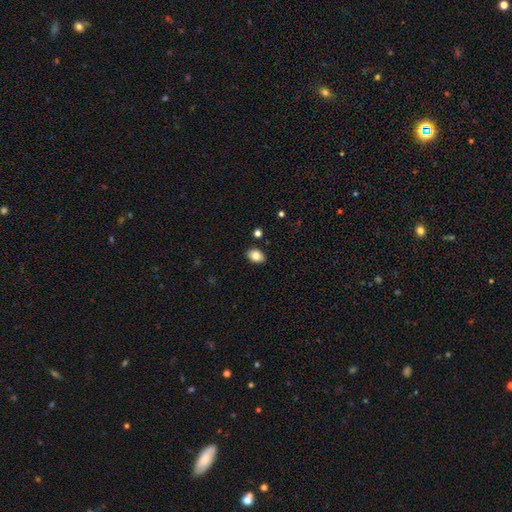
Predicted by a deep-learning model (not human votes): The model was most divided on "how rounded": in between: 82%, round: 17%, cigar-shaped: 1%. More confident: merging — none (88%); smooth or featured — smooth (82%).